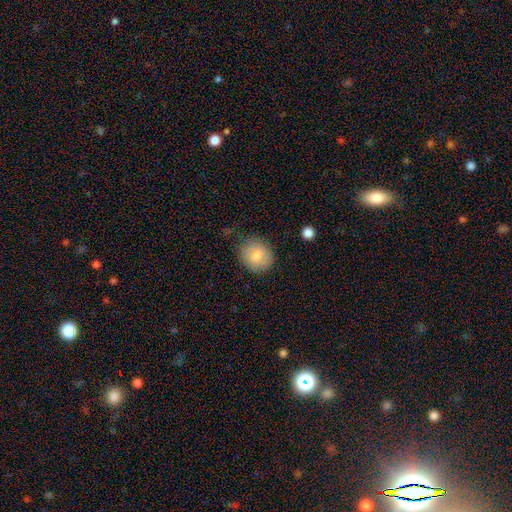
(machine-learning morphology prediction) This is clearly a smooth galaxy (80%). How rounded: likely round (79%). Merging: clearly none (81%).